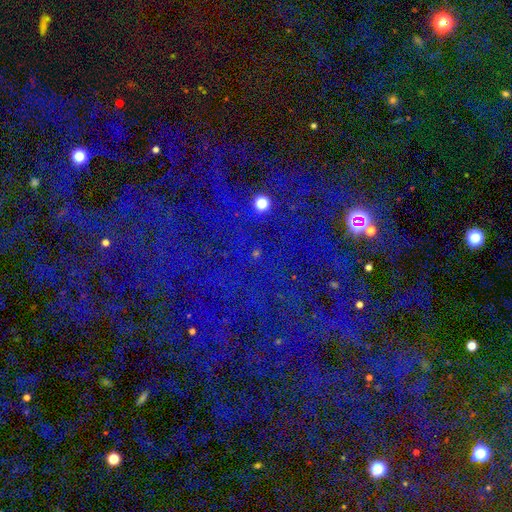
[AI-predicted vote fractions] Smooth or featured? Predicted: star or artifact (p=0.79).